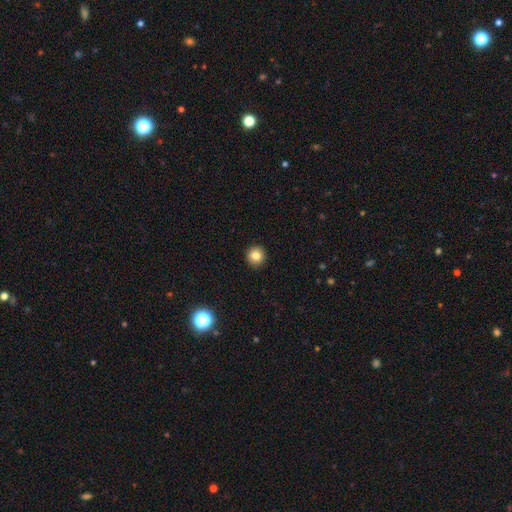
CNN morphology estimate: smooth 83%, star or artifact 11%, featured or disk 6%. Down the decision tree: how rounded — round (95%); merging — none (93%).